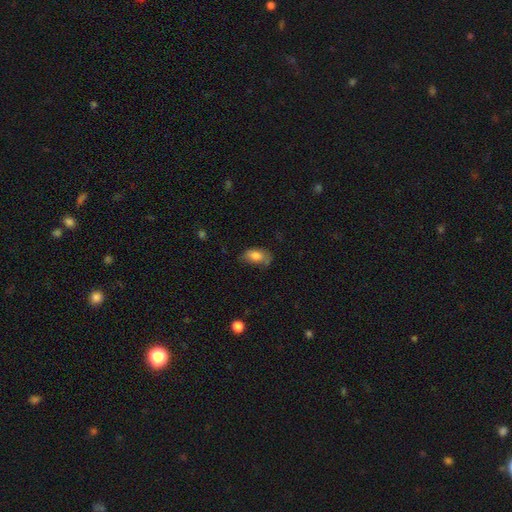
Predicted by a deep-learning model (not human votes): Smooth or featured? Predicted: smooth (p=0.77). How rounded? Predicted: in between (p=0.90). Merging? Predicted: none (p=0.51).